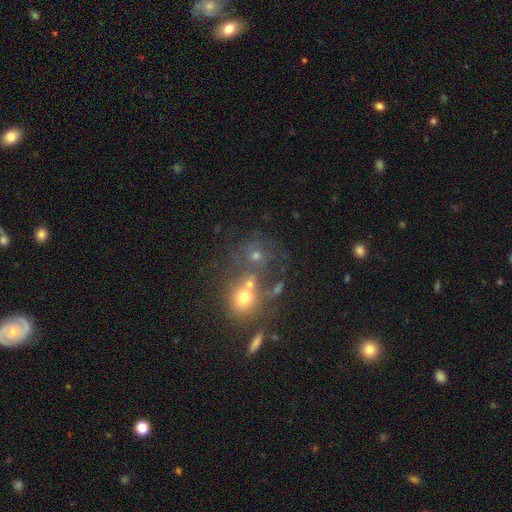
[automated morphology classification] Smooth or featured? smooth (48%)
Merging? none (40%, tied with merger)